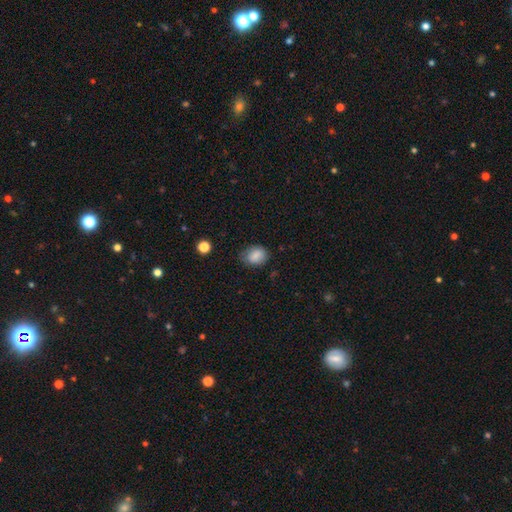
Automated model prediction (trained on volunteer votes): smooth_or_featured: smooth (p=0.84) [alt: star or artifact p=0.09]
how_rounded: in between (p=0.60) [alt: round p=0.39]
merging: none (p=0.69) [alt: minor disturbance p=0.24]